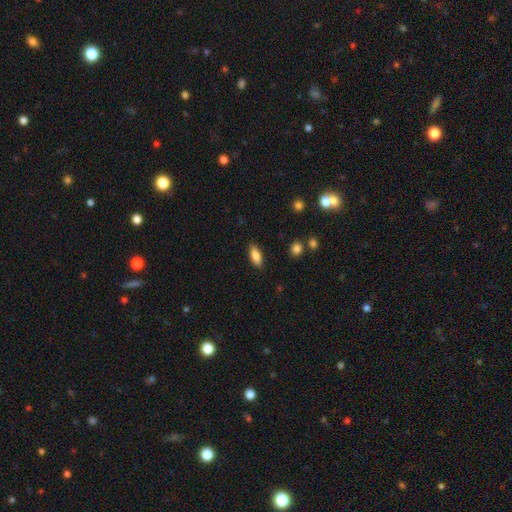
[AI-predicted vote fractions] Smooth or featured? smooth (82%)
How rounded? in between (72%)
Merging? none (87%)